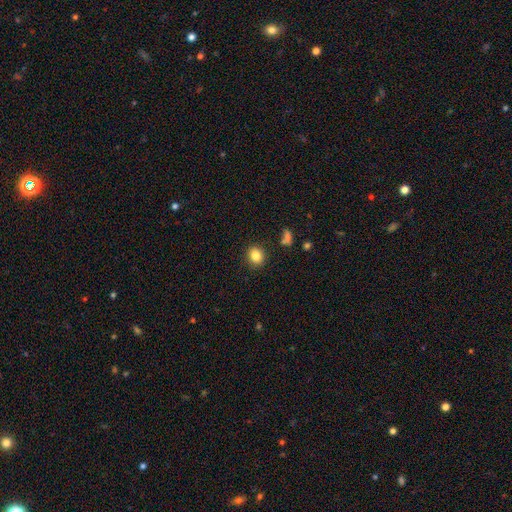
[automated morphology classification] A smooth galaxy with no disk features (85%) that is round (69%).

Vote fractions:
- Smooth or featured? smooth: 85% / star or artifact: 10% / featured or disk: 5%
- How rounded? round: 69% / in between: 30% / cigar-shaped: 1%
- Merging? none: 86% / minor disturbance: 9% / major disturbance: 3% / merger: 2%